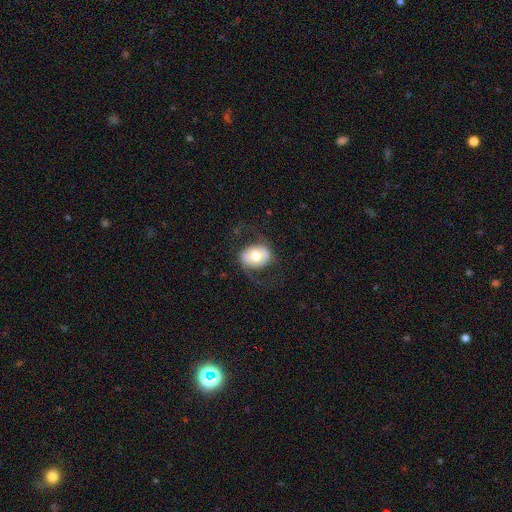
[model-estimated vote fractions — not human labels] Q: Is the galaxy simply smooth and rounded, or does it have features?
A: featured or disk — 51%.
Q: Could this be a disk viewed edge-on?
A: no — 94%.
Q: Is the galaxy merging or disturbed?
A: none — 67%.